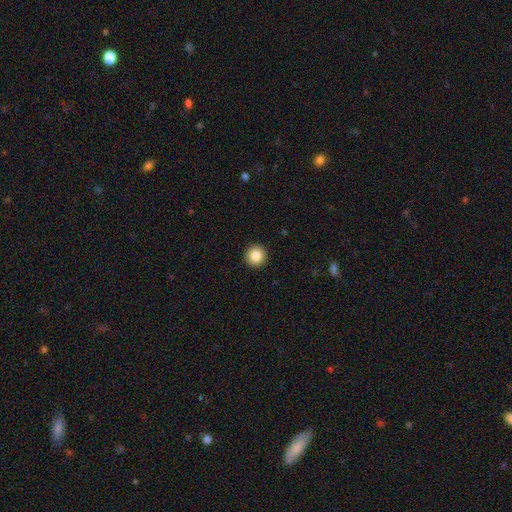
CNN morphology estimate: smooth-or-featured: smooth: 85% | star or artifact: 10% | featured or disk: 6%
  how-rounded: round: 96% | in between: 3% | cigar-shaped: 1%
  merging: none: 93% | minor disturbance: 4% | major disturbance: 1% | merger: 1%